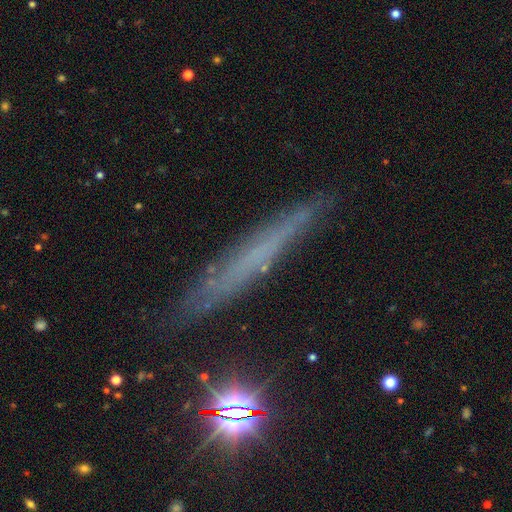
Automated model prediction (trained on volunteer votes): smooth-or-featured: featured or disk: 52% | smooth: 35% | star or artifact: 13%
  disk-edge-on: yes: 87% | no: 13%
  merging: none: 83% | minor disturbance: 13% | major disturbance: 3% | merger: 2%